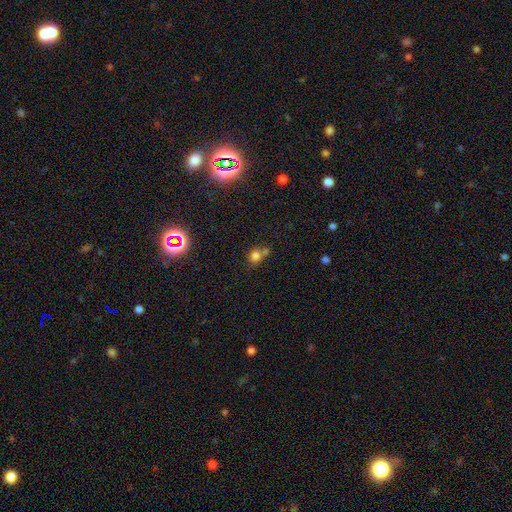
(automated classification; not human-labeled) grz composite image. It shows a smooth galaxy with no disk features (77%) that is round (71%). Merging: none (47%).